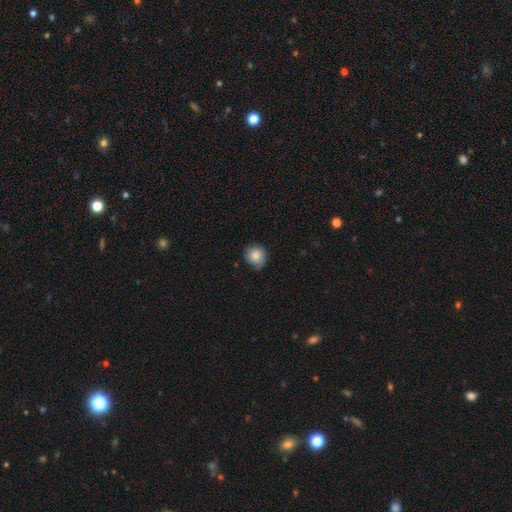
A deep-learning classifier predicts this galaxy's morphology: This is clearly a smooth galaxy (86%). How rounded: clearly round (87%). Merging: likely none (73%).